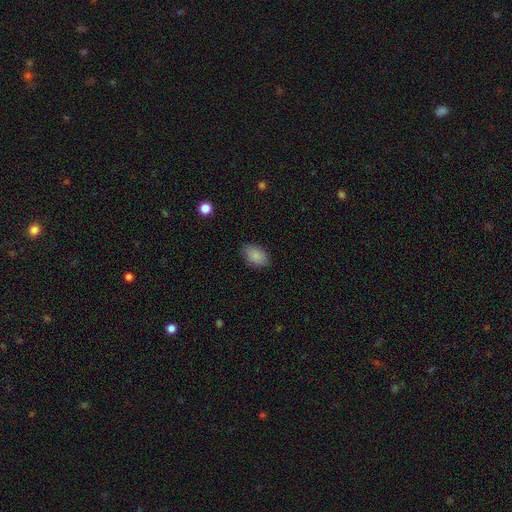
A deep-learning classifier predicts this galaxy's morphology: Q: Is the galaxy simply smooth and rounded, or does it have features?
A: smooth — 87%.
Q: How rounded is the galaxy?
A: in between — 89%.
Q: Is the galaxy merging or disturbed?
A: none — 85%.